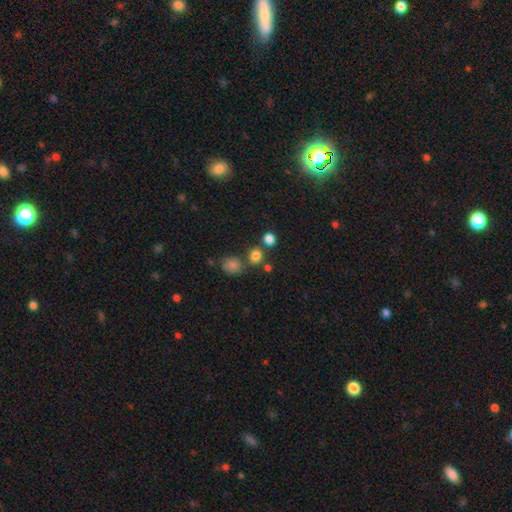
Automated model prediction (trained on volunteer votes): This appears to be a smooth galaxy with no disk features (80%) that is round (78%). Merging: none (70%).